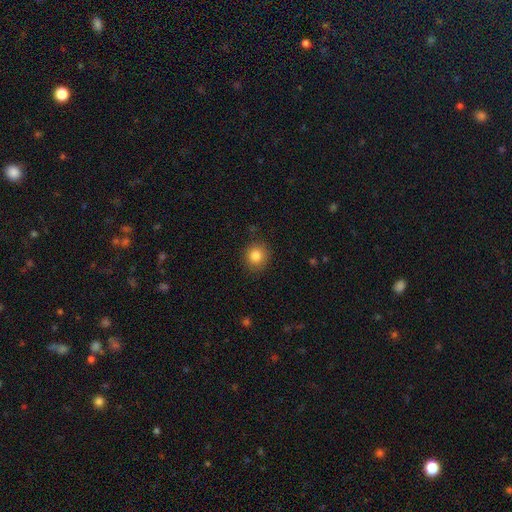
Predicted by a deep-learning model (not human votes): Smooth or featured?
  - smooth: 84% *
  - star or artifact: 10%
  - featured or disk: 6%
How rounded?
  - round: 85% *
  - in between: 14%
  - cigar-shaped: 1%
Merging?
  - none: 87% *
  - minor disturbance: 9%
  - major disturbance: 3%
  - merger: 1%